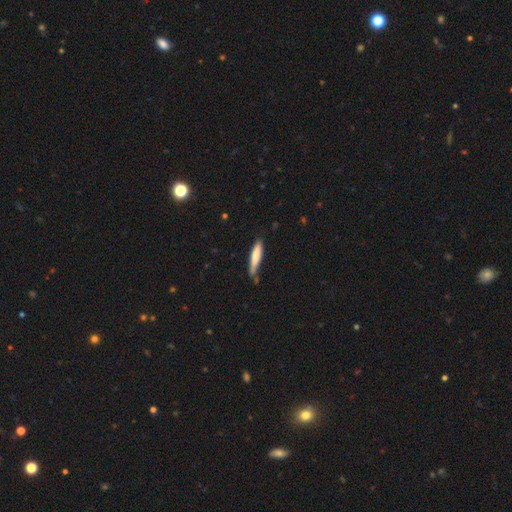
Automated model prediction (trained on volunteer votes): Smooth or featured: smooth — 73% (featured or disk — 22%)
How rounded: cigar-shaped — 86% (in between — 13%)
Merging: none — 71% (minor disturbance — 22%)